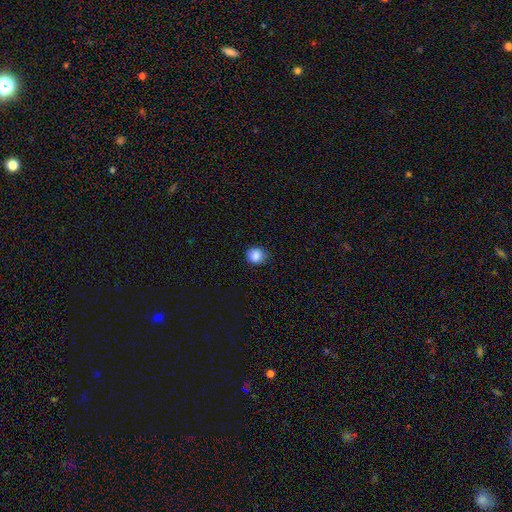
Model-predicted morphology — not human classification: Overall: smooth (87%). How rounded: round (85%). Merging: none (83%).